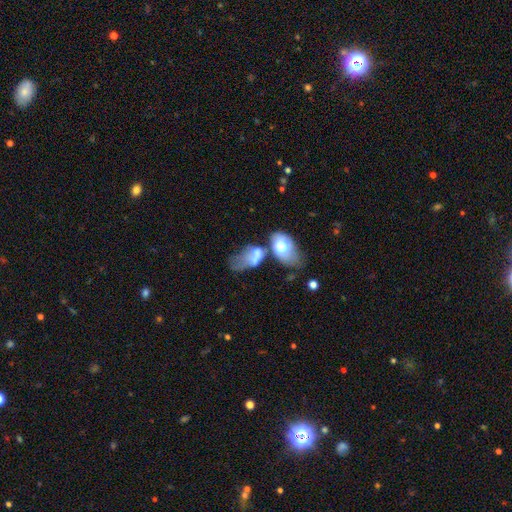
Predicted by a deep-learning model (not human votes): This appears to be a smooth galaxy with no disk features (58%) that is in between round and cigar-shaped (85%). Merging: merger (43%).